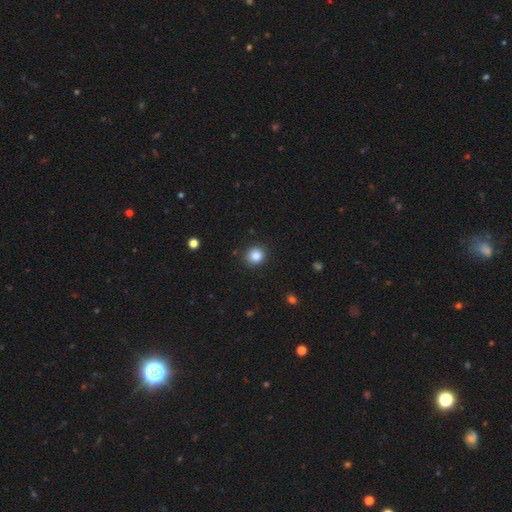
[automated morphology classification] The model was most divided on "smooth or featured": smooth: 85%, star or artifact: 11%, featured or disk: 4%. More confident: merging — none (90%); how rounded — round (87%).